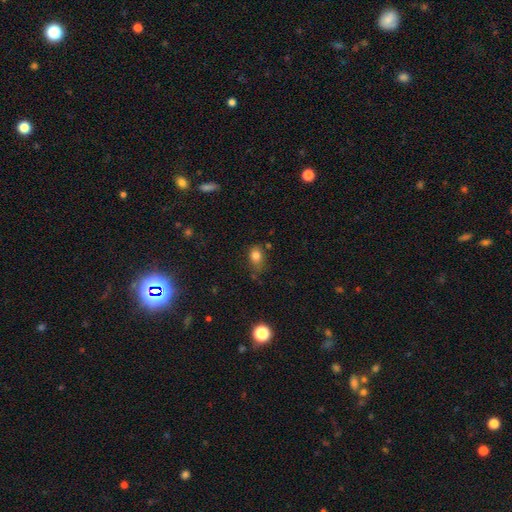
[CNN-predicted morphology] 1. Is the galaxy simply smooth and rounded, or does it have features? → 80% smooth, 12% star or artifact, 7% featured or disk.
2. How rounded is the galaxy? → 62% in between, 37% round, 2% cigar-shaped.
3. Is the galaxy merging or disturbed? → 60% none, 27% minor disturbance, 8% major disturbance, 5% merger.